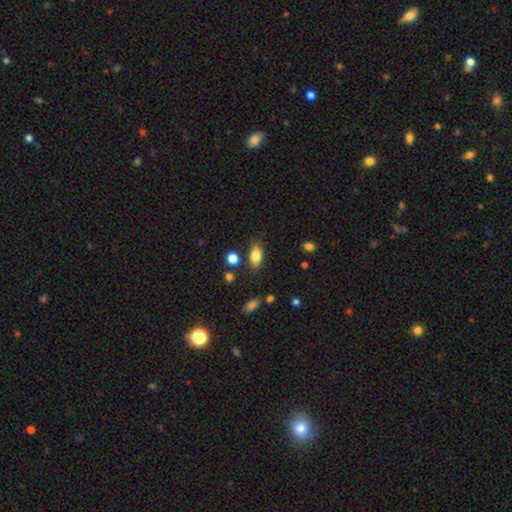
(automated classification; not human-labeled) smooth 82%, featured or disk 9%, star or artifact 9%. Down the decision tree: how rounded — in between (88%); merging — none (79%).